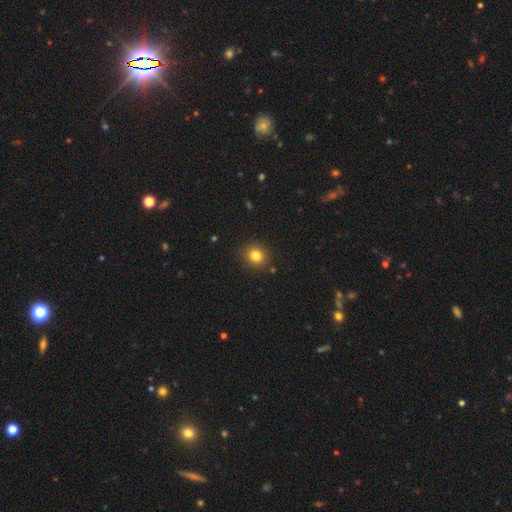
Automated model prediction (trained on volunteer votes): Overall: smooth (81%). How rounded: round (83%). Merging: none (88%).